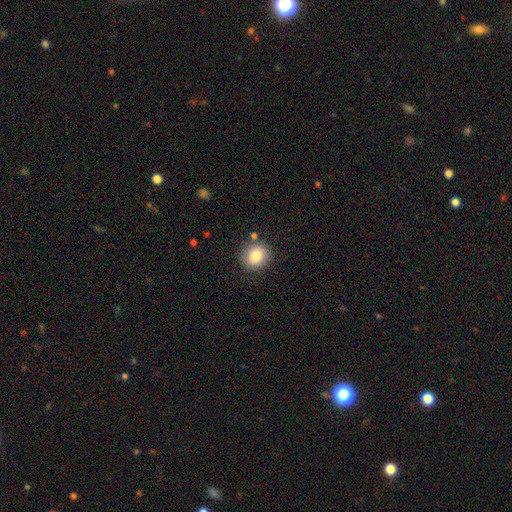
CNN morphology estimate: Overall: smooth (83%). How rounded: round (86%). Merging: none (84%).